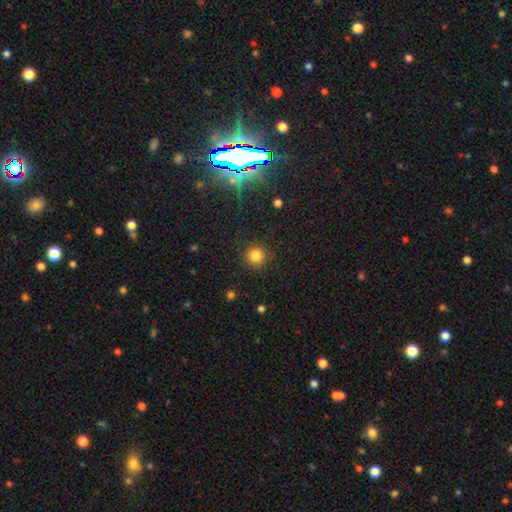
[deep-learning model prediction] smooth 81%, star or artifact 14%, featured or disk 5%. Down the decision tree: how rounded — round (93%); merging — none (87%).